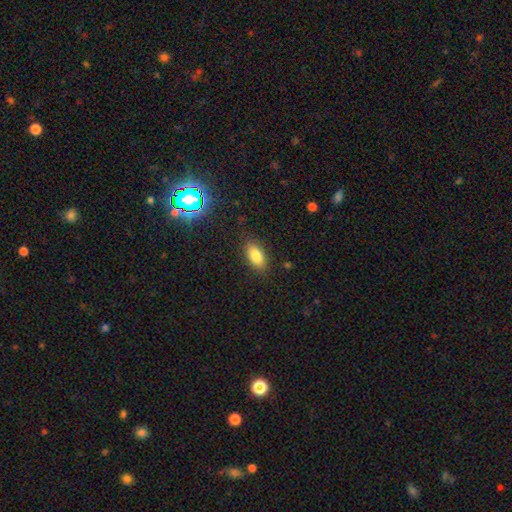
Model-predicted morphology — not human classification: type=smooth (83%); roundness=in between (89%); merging=none (86%).